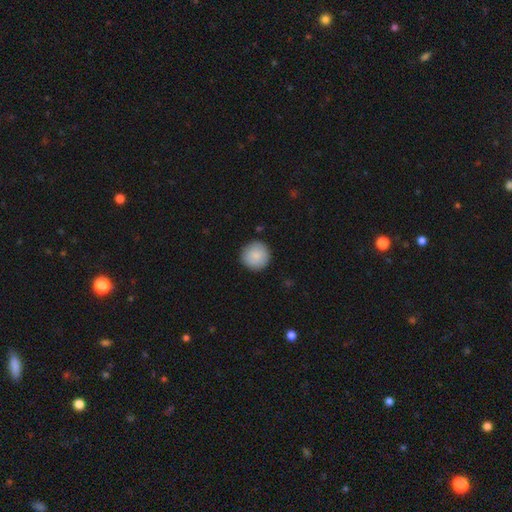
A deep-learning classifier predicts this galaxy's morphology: Smooth or featured?
  - smooth: 86% *
  - featured or disk: 7%
  - star or artifact: 6%
How rounded?
  - round: 95% *
  - in between: 4%
  - cigar-shaped: 1%
Merging?
  - none: 90% *
  - minor disturbance: 7%
  - major disturbance: 2%
  - merger: 1%